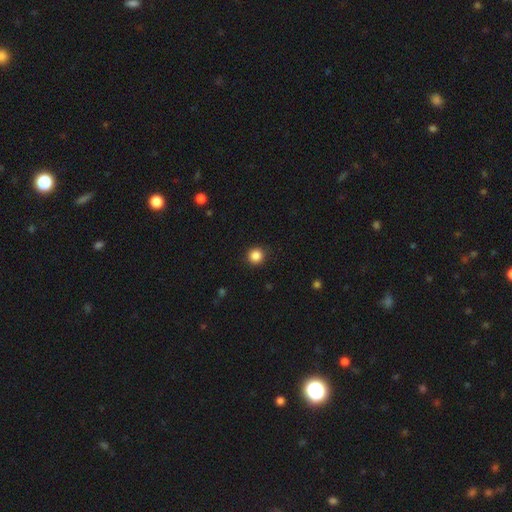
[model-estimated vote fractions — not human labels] Smooth or featured? Predicted: smooth (p=0.86). How rounded? Predicted: round (p=0.95). Merging? Predicted: none (p=0.91).